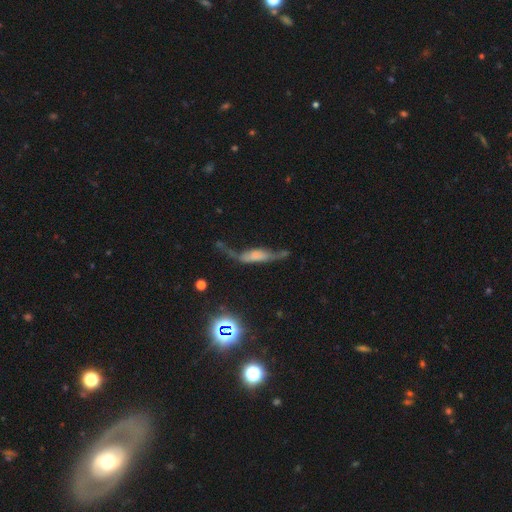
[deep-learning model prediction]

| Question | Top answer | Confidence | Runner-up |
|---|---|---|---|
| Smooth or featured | featured or disk | 56% | smooth (33%) |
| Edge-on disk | no | 51% | yes (49%) |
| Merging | none | 35% | major disturbance (30%) |